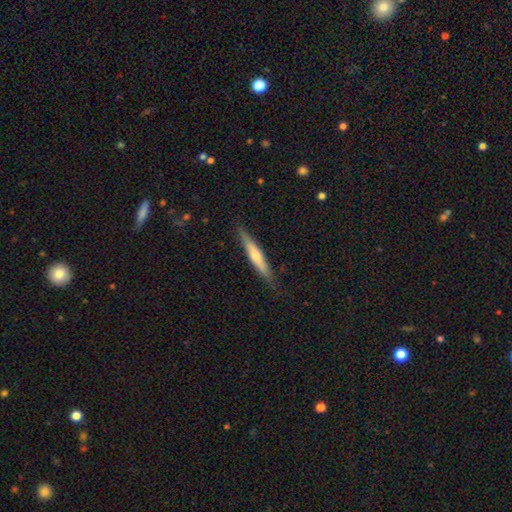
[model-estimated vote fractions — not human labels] This appears to be a smooth galaxy with no disk features (53%) that is cigar-shaped (92%). Merging: none (86%).